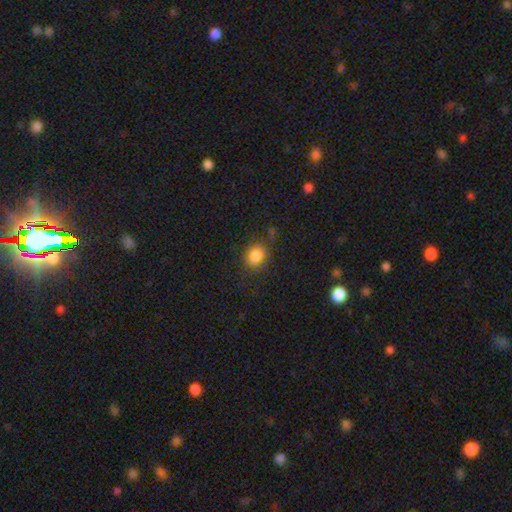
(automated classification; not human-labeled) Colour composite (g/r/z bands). It shows a smooth galaxy with no disk features (83%) that is round (62%). Merging: none (76%).